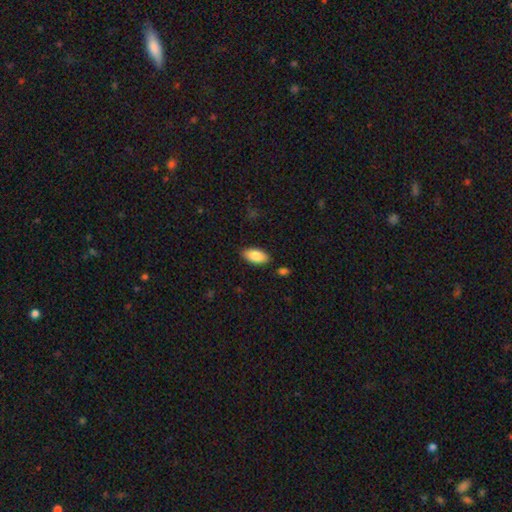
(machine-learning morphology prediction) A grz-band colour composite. It shows a smooth galaxy with no disk features (84%) that is in between round and cigar-shaped (92%). Merging: none (85%).